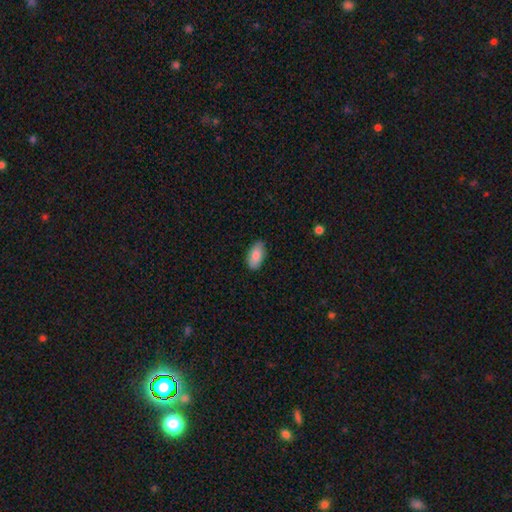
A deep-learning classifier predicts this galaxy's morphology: A smooth galaxy with no disk features (87%) that is in between round and cigar-shaped (93%).

Vote fractions:
- Smooth or featured? smooth: 87% / featured or disk: 7% / star or artifact: 6%
- How rounded? in between: 93% / cigar-shaped: 5% / round: 2%
- Merging? none: 87% / minor disturbance: 10% / major disturbance: 2% / merger: 1%